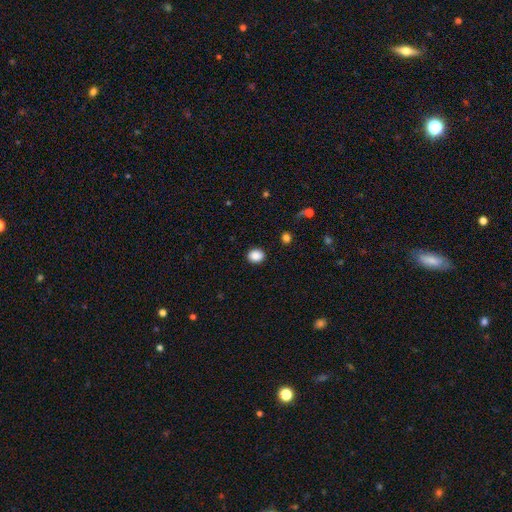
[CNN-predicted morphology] Overall: smooth (88%). How rounded: round (60%; in between 39%). Merging: none (89%).